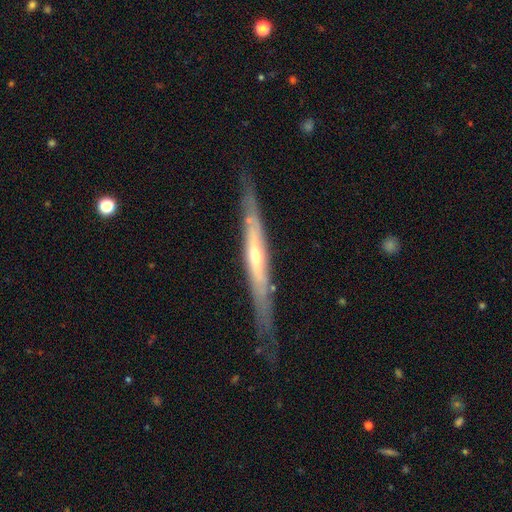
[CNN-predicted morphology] Q: Smooth or featured?
A: featured or disk (74%); runner-up: smooth (20%)
Q: Edge-on disk?
A: yes (89%); runner-up: no (11%)
Q: Edge-on bulge?
A: rounded (58%); runner-up: none (36%)
Q: Merging?
A: none (78%); runner-up: minor disturbance (17%)